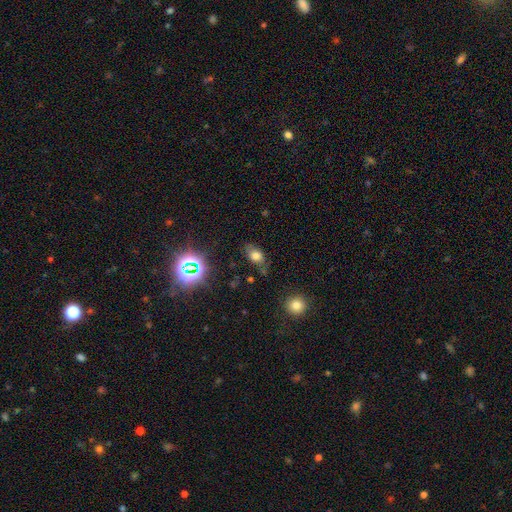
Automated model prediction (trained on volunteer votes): Smooth or featured: smooth — 66% (star or artifact — 20%)
How rounded: in between — 79% (round — 19%)
Merging: none — 68% (minor disturbance — 21%)